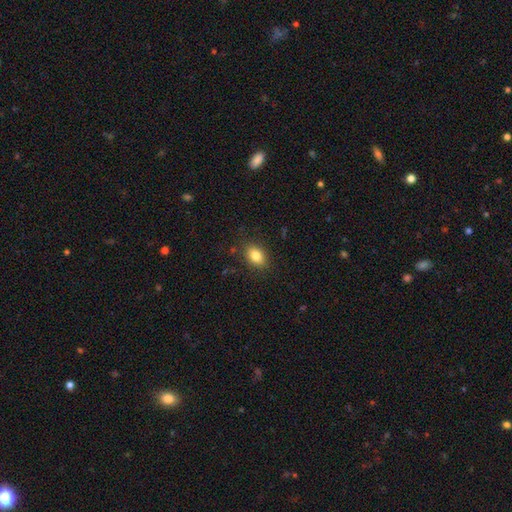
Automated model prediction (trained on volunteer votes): smooth-or-featured: smooth: 83% | star or artifact: 9% | featured or disk: 8%
  how-rounded: in between: 76% | round: 23% | cigar-shaped: 1%
  merging: none: 86% | minor disturbance: 10% | major disturbance: 3% | merger: 1%